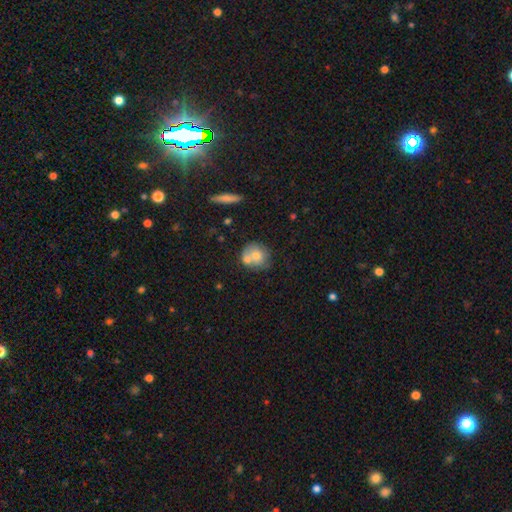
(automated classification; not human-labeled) Smooth or featured: smooth — 66% (featured or disk — 26%)
How rounded: round — 79% (in between — 20%)
Merging: none — 42% (merger — 39%)